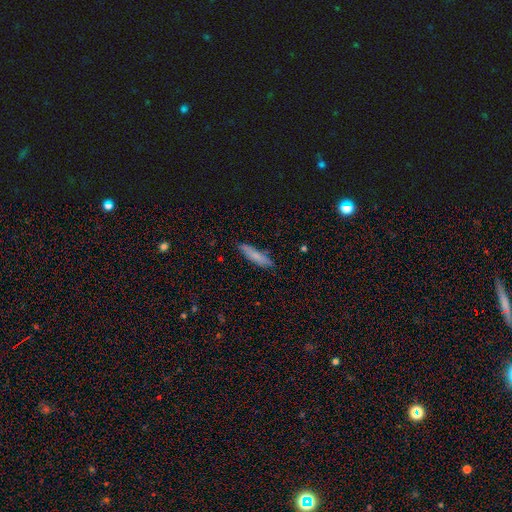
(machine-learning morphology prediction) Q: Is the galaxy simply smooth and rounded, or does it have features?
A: smooth — 78%.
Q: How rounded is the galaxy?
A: cigar-shaped — 71%.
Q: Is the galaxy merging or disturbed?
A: none — 81%.